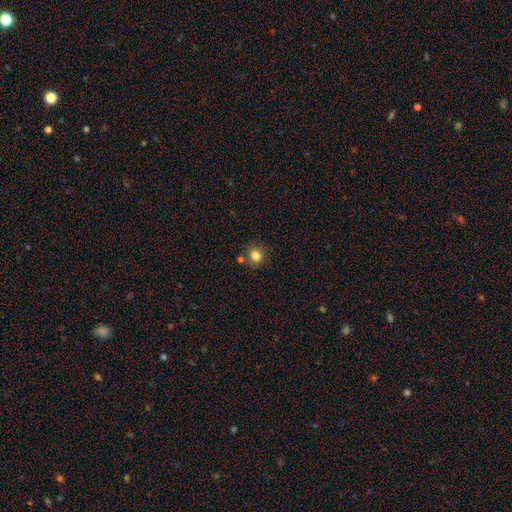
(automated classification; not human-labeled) Smooth or featured? Predicted: smooth (p=0.82). How rounded? Predicted: round (p=0.72). Merging? Predicted: none (p=0.76).